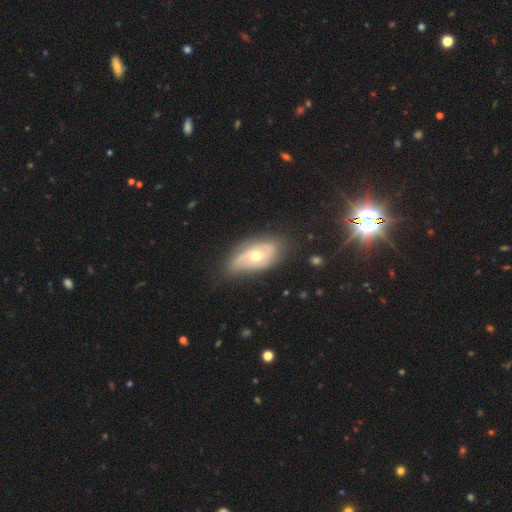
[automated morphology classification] Smooth or featured? featured or disk (68%)
Edge-on disk? no (91%)
Bar? no (76%)
Spiral arms? yes (79%)
Bulge size? moderate (64%)
Merging? none (64%)